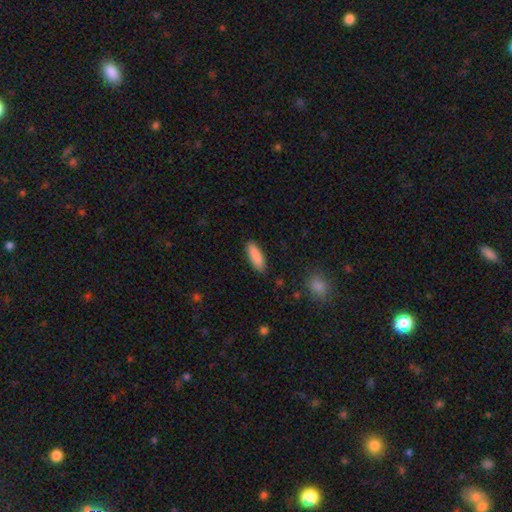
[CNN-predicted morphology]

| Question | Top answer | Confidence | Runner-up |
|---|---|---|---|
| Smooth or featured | smooth | 89% | star or artifact (6%) |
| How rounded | in between | 58% | cigar-shaped (40%) |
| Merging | none | 87% | minor disturbance (9%) |